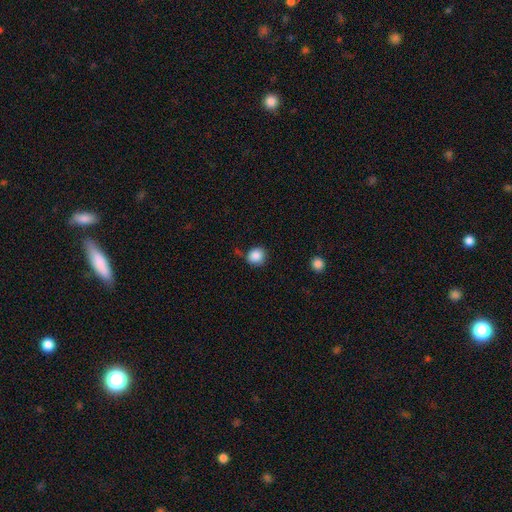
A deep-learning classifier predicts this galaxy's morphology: A smooth galaxy with no disk features (87%) that is round (84%). Merging: none (73%).